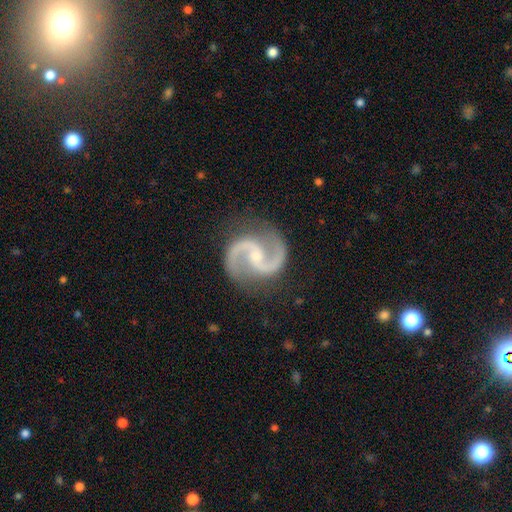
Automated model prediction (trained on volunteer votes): Smooth or featured? Predicted: featured or disk (p=0.94). Edge-on disk? Predicted: no (p=0.99). Bar? Predicted: no (p=0.43). Spiral arms? Predicted: yes (p=0.99). Spiral winding? Predicted: medium (p=0.66). Spiral arm count? Predicted: 2 (p=0.95). Bulge size? Predicted: small (p=0.57). Merging? Predicted: none (p=0.86).